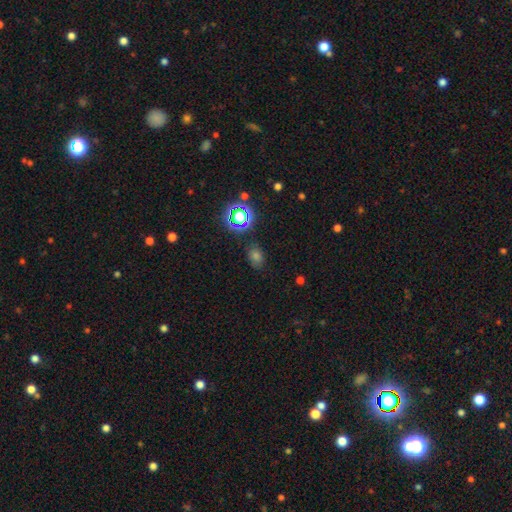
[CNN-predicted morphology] This appears to be a smooth galaxy with no disk features (61%) that is in between round and cigar-shaped (62%). Merging: none (80%).